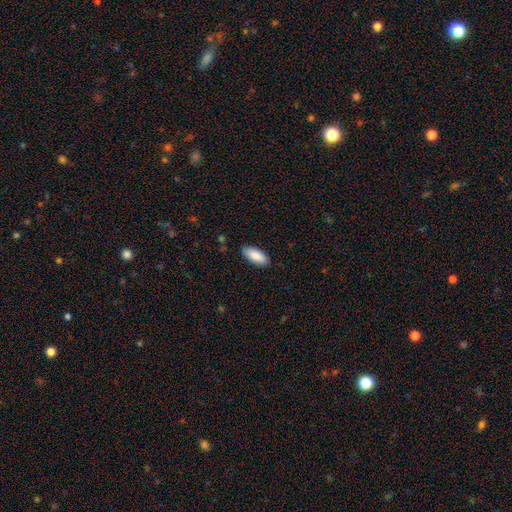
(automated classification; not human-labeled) A smooth galaxy with no disk features (89%) that is in between round and cigar-shaped (82%).

Vote fractions:
- Smooth or featured? smooth: 89% / featured or disk: 6% / star or artifact: 6%
- How rounded? in between: 82% / cigar-shaped: 17% / round: 2%
- Merging? none: 88% / minor disturbance: 9% / major disturbance: 2% / merger: 1%